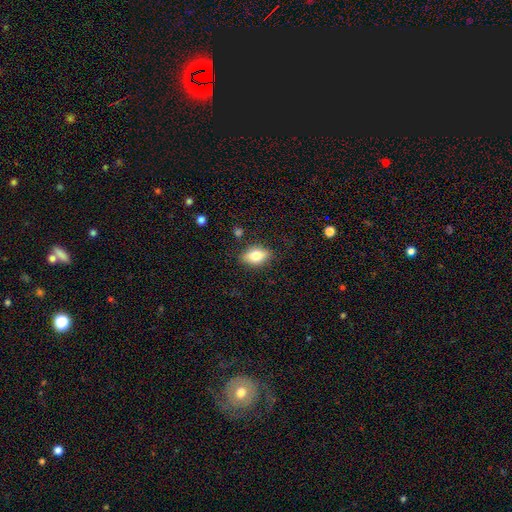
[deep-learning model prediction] smooth-or-featured: smooth: 76% | featured or disk: 16% | star or artifact: 8%
  how-rounded: in between: 86% | round: 10% | cigar-shaped: 4%
  merging: none: 82% | minor disturbance: 13% | major disturbance: 3% | merger: 2%